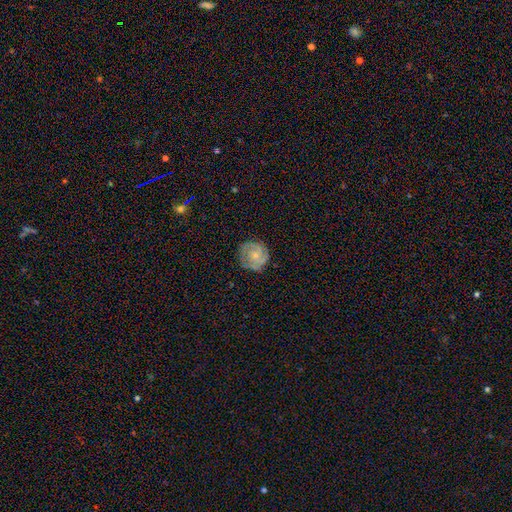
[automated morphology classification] Overall: featured or disk (75%). Edge-on disk: no (98%). Bar: no (75%). Spiral arms: yes (93%). Spiral arm count: 2 (41%; 3 27%). Spiral winding: tight (66%; medium 28%). Bulge size: small (64%; moderate 30%). Merging: none (79%).